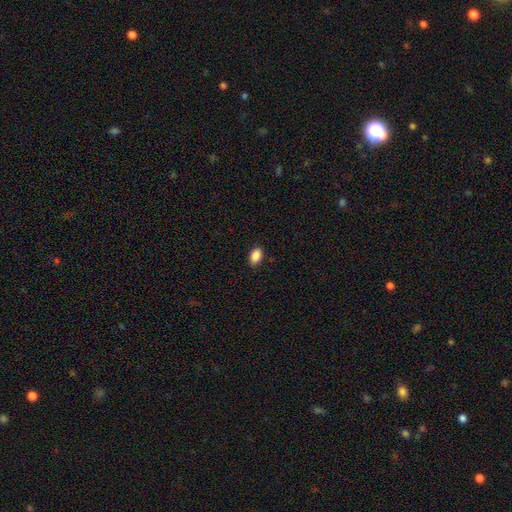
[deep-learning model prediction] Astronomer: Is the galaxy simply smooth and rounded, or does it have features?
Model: smooth — 89%.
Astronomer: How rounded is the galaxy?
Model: in between — 90%.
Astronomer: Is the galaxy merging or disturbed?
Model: none — 89%.